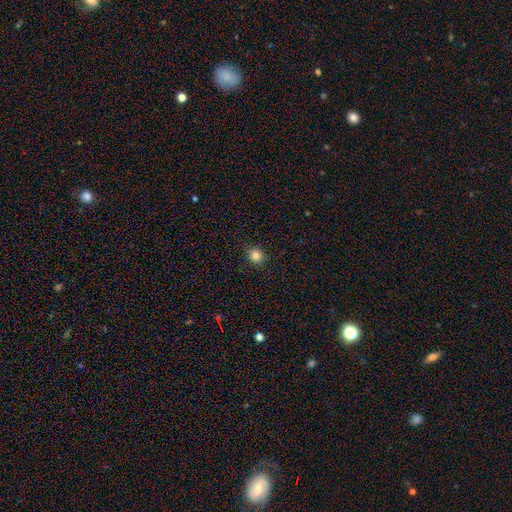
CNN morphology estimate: smooth_or_featured: smooth (p=0.83) [alt: star or artifact p=0.12]
how_rounded: round (p=0.80) [alt: in between p=0.19]
merging: none (p=0.90) [alt: minor disturbance p=0.07]